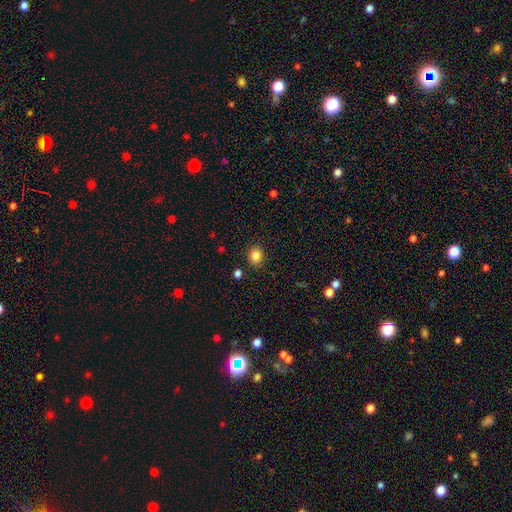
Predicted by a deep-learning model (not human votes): smooth-or-featured: smooth: 84% | star or artifact: 11% | featured or disk: 5%
  how-rounded: round: 69% | in between: 30% | cigar-shaped: 1%
  merging: none: 89% | minor disturbance: 7% | major disturbance: 2% | merger: 2%